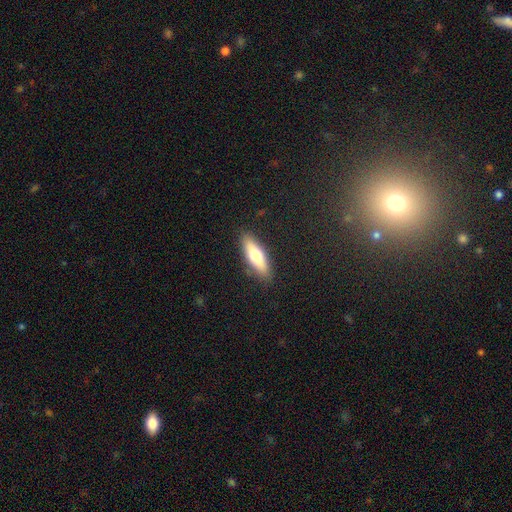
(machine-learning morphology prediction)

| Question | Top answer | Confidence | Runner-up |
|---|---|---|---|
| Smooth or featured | smooth | 64% | featured or disk (30%) |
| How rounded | cigar-shaped | 56% | in between (42%) |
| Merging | none | 87% | minor disturbance (10%) |